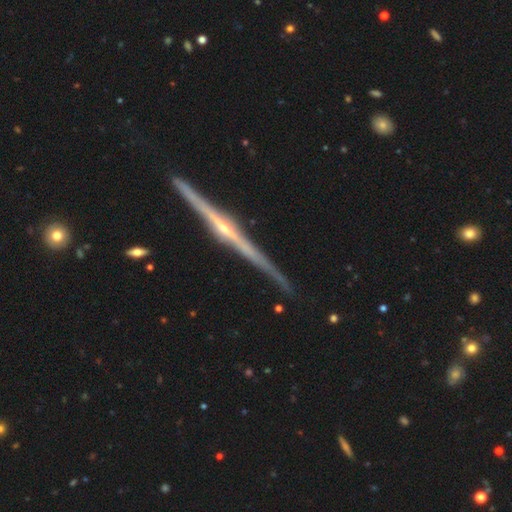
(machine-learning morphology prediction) Smooth or featured? Predicted: featured or disk (p=0.90). Edge-on disk? Predicted: yes (p=0.99). Edge-on bulge? Predicted: rounded (p=0.77). Merging? Predicted: none (p=0.89).